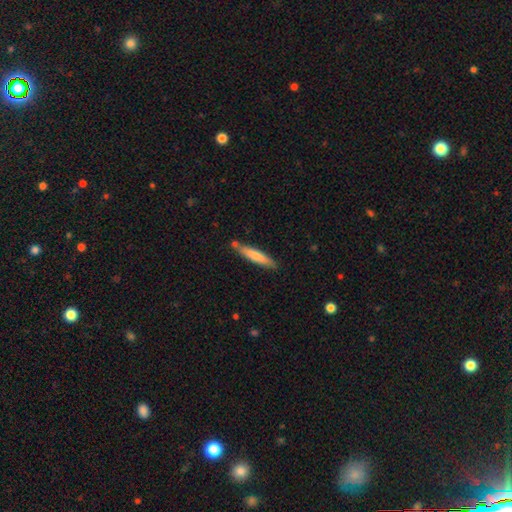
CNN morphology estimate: This is likely a smooth galaxy (74%). How rounded: clearly cigar-shaped (89%). Merging: likely none (79%).